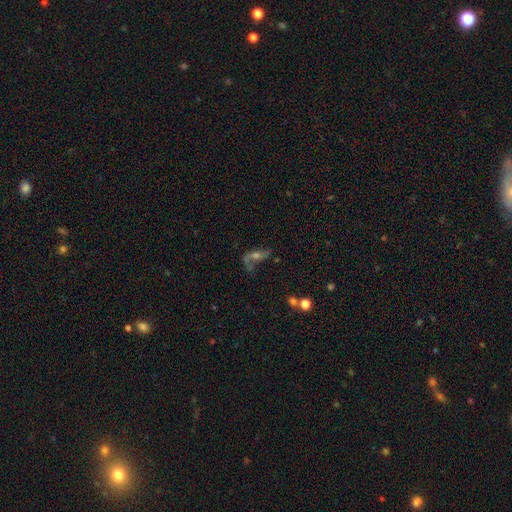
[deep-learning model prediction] Q: Smooth or featured?
A: featured or disk (62%); runner-up: smooth (21%)
Q: Edge-on disk?
A: no (87%); runner-up: yes (13%)
Q: Bar?
A: no (62%); runner-up: weak (27%)
Q: Spiral arms?
A: yes (74%); runner-up: no (26%)
Q: Bulge size?
A: moderate (48%); runner-up: small (35%)
Q: Merging?
A: none (40%); runner-up: major disturbance (33%)